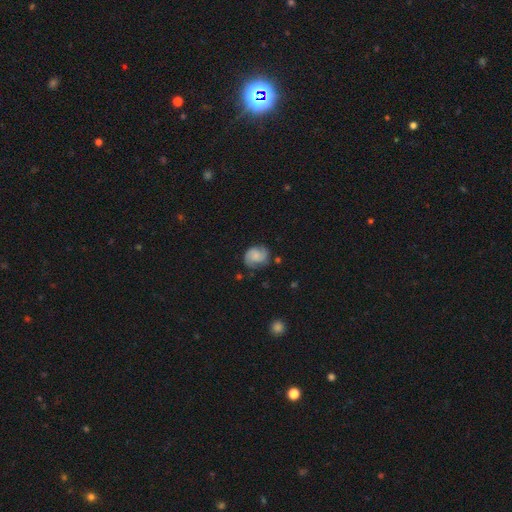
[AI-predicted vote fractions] Smooth or featured? Predicted: featured or disk (p=0.52). Edge-on disk? Predicted: no (p=0.98). Bar? Predicted: no (p=0.67). Spiral arms? Predicted: yes (p=0.92). Bulge size? Predicted: none (p=0.37). Merging? Predicted: none (p=0.68).